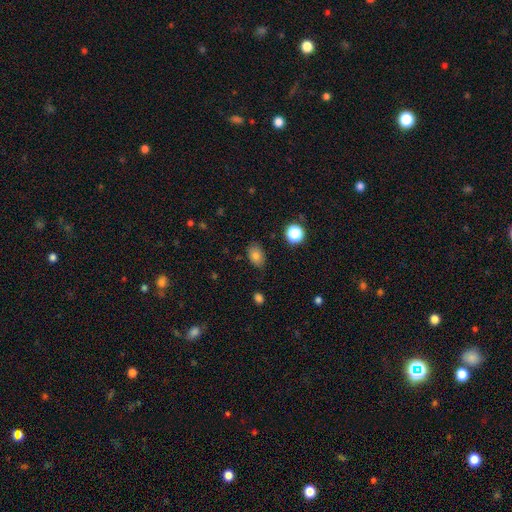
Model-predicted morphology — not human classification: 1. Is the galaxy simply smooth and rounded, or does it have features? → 79% smooth, 12% star or artifact, 9% featured or disk.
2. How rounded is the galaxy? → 79% in between, 19% round, 1% cigar-shaped.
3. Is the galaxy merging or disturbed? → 80% none, 15% minor disturbance, 3% major disturbance, 2% merger.